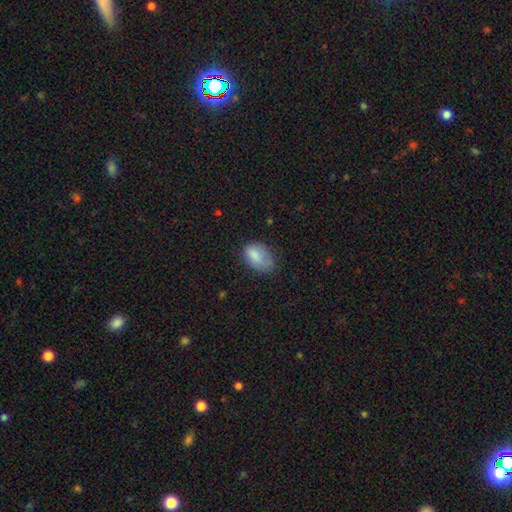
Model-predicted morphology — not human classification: This is clearly a smooth galaxy (83%). How rounded: clearly in between (87%). Merging: possibly none (50%).